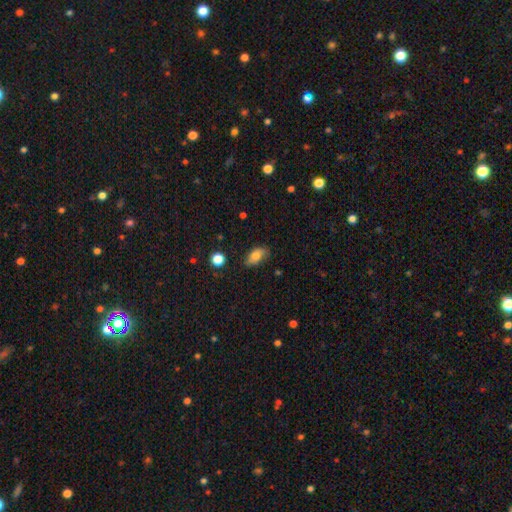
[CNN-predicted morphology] Smooth or featured?
  - smooth: 72% *
  - featured or disk: 19%
  - star or artifact: 9%
How rounded?
  - in between: 89% *
  - round: 8%
  - cigar-shaped: 3%
Merging?
  - none: 70% *
  - minor disturbance: 23%
  - major disturbance: 5%
  - merger: 2%